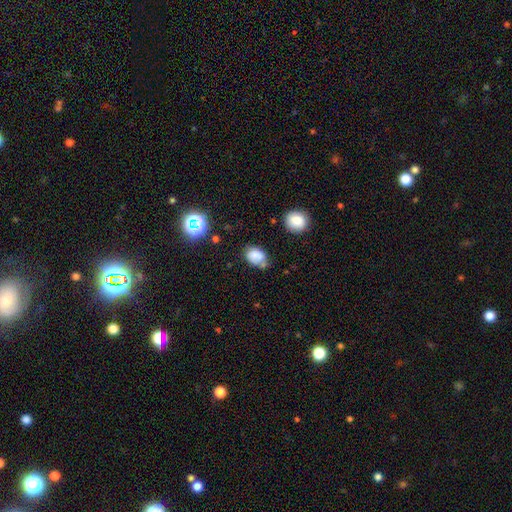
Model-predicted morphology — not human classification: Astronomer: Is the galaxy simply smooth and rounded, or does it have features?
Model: smooth — 78%.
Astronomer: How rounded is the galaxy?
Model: in between — 75%.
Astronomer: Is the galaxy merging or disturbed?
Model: none — 52% (runner-up: minor disturbance, 29%).